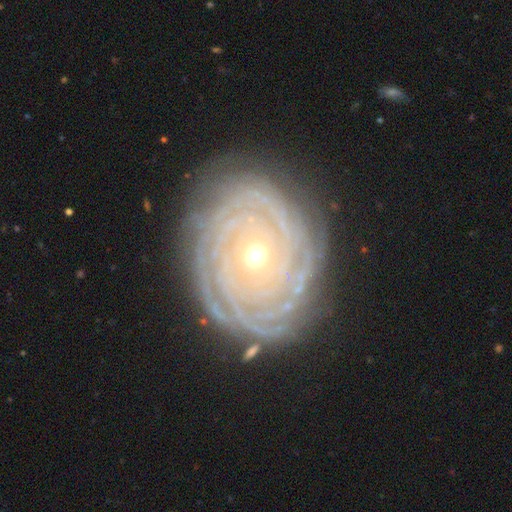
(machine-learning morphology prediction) Q: Smooth or featured?
A: featured or disk (89%); runner-up: star or artifact (6%)
Q: Edge-on disk?
A: no (96%); runner-up: yes (4%)
Q: Bar?
A: no (80%); runner-up: weak (13%)
Q: Spiral arms?
A: yes (95%); runner-up: no (5%)
Q: Spiral winding?
A: tight (89%); runner-up: medium (9%)
Q: Spiral arm count?
A: can't tell (26%); runner-up: more than 4 (18%)
Q: Bulge size?
A: small (55%); runner-up: moderate (42%)
Q: Merging?
A: none (82%); runner-up: minor disturbance (13%)